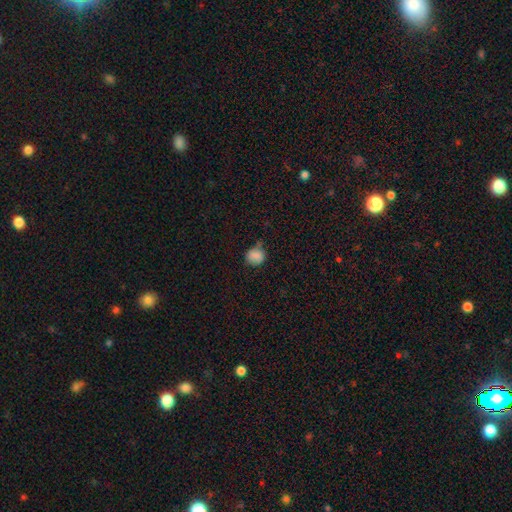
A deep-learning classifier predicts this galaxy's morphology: smooth 85%, star or artifact 10%, featured or disk 5%. Down the decision tree: how rounded — round (74%); merging — none (61%).